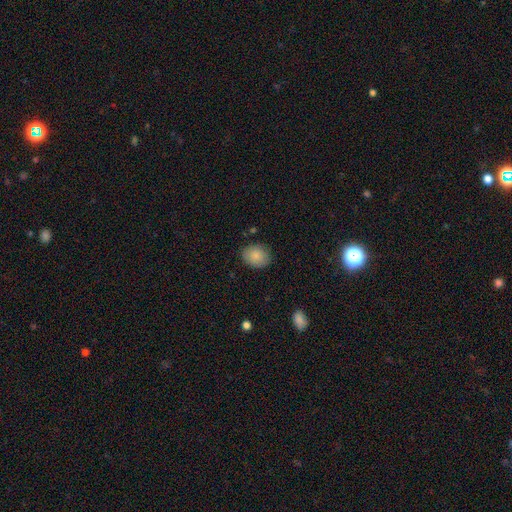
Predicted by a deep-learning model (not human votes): smooth-or-featured: smooth: 86% | star or artifact: 7% | featured or disk: 6%
  how-rounded: in between: 57% | round: 42% | cigar-shaped: 1%
  merging: none: 84% | minor disturbance: 12% | major disturbance: 3% | merger: 1%